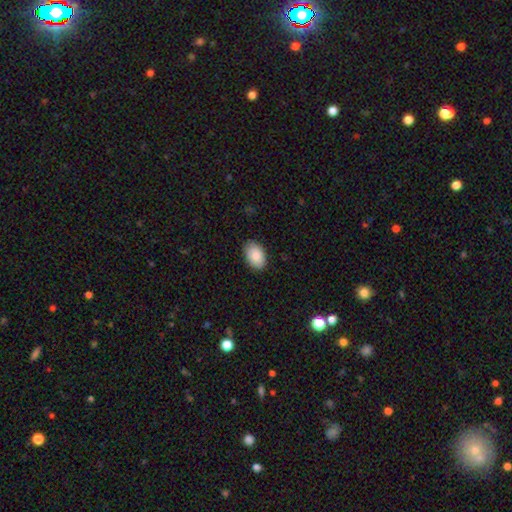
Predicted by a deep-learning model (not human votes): Overall: smooth (86%). How rounded: in between (90%). Merging: none (86%).